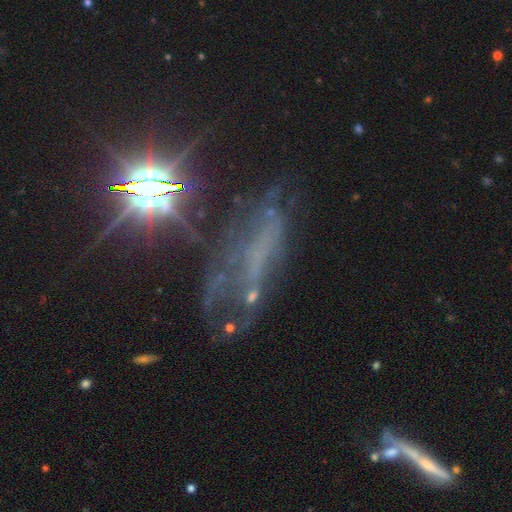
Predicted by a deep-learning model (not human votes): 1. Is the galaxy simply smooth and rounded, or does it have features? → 44% featured or disk, 38% star or artifact, 18% smooth.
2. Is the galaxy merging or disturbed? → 44% none, 28% major disturbance, 21% minor disturbance, 7% merger.